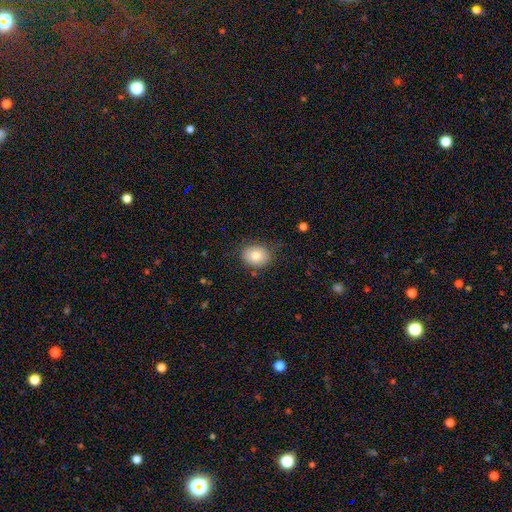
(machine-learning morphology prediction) smooth 81%, featured or disk 10%, star or artifact 9%. Down the decision tree: how rounded — round (54%); merging — none (80%).